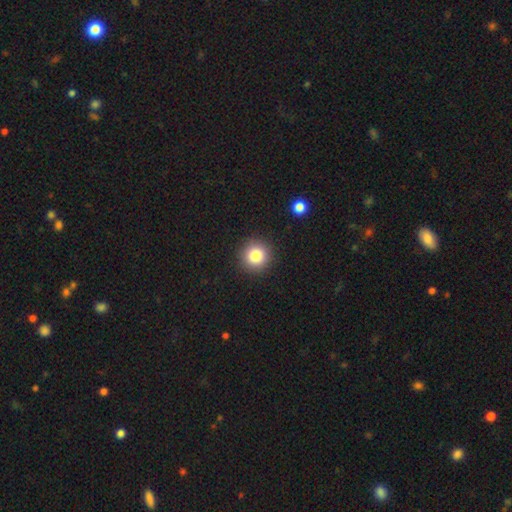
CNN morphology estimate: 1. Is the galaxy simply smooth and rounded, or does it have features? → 83% smooth, 11% star or artifact, 6% featured or disk.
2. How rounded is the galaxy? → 94% round, 5% in between, 1% cigar-shaped.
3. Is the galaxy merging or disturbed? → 92% none, 5% minor disturbance, 2% major disturbance, 1% merger.